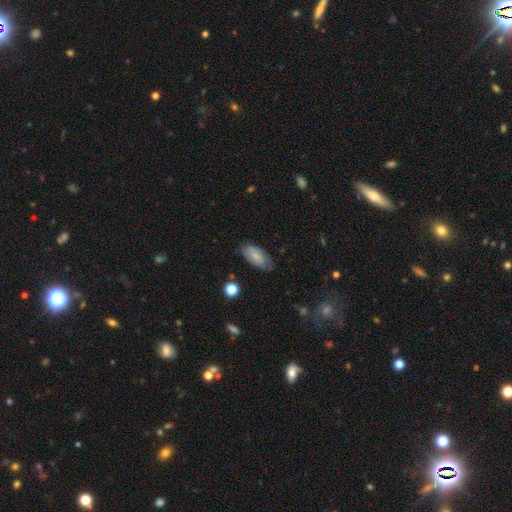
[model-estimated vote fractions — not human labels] Q: Smooth or featured?
A: smooth (74%); runner-up: featured or disk (20%)
Q: How rounded?
A: in between (92%); runner-up: cigar-shaped (6%)
Q: Merging?
A: none (72%); runner-up: minor disturbance (22%)